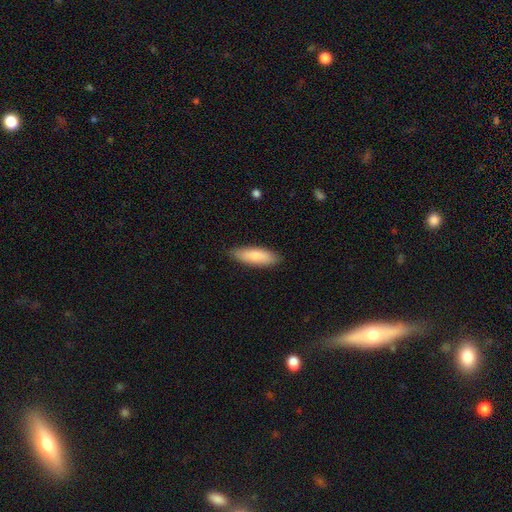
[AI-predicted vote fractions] A smooth galaxy with no disk features (84%) that is in between round and cigar-shaped (53%). Merging: none (85%).